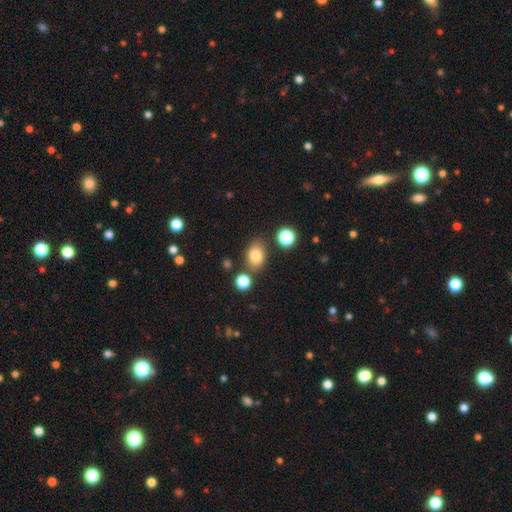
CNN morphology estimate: Smooth or featured? Predicted: smooth (p=0.80). How rounded? Predicted: in between (p=0.72). Merging? Predicted: none (p=0.75).